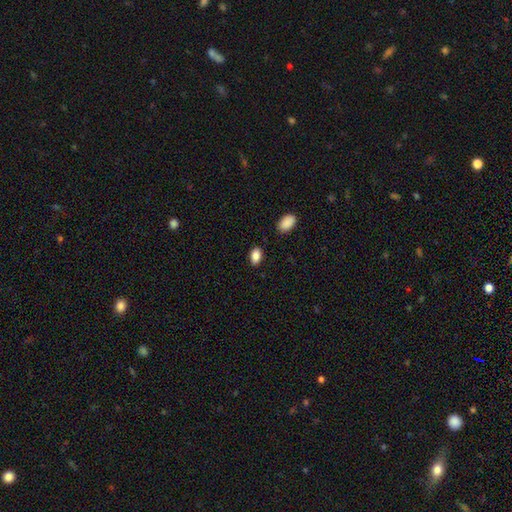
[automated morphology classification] A smooth galaxy with no disk features (87%) that is in between round and cigar-shaped (89%). Merging: none (86%).